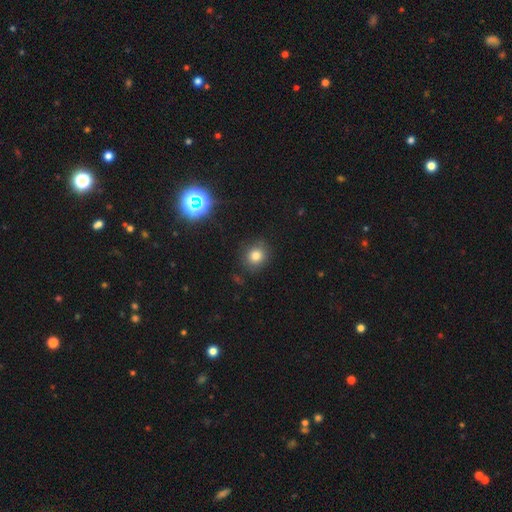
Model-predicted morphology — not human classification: A smooth galaxy with no disk features (79%) that is round (82%). Merging: none (84%).